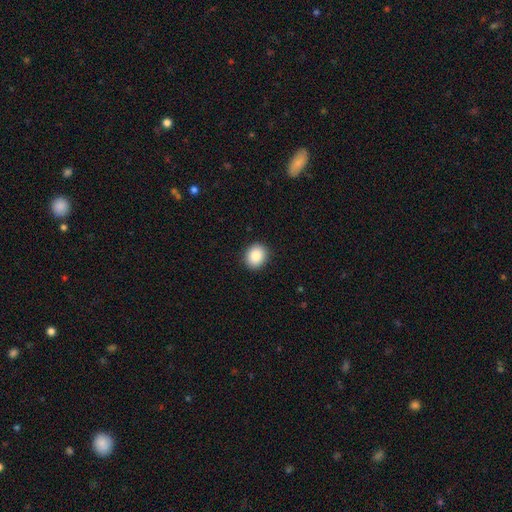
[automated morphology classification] This is clearly a smooth galaxy (88%). How rounded: likely round (62%). Merging: clearly none (91%).